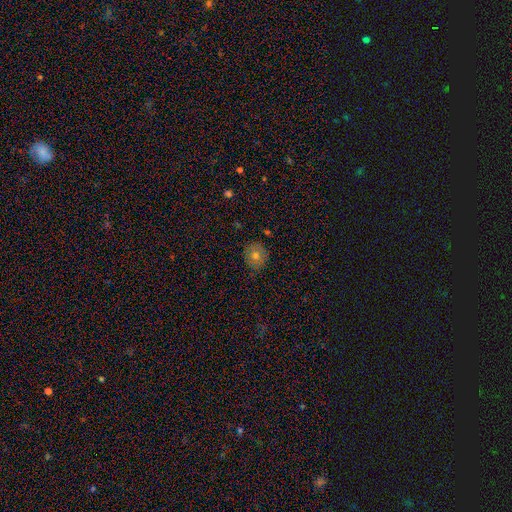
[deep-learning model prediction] This appears to be a smooth galaxy with no disk features (70%) that is round (77%). Merging: none (84%).